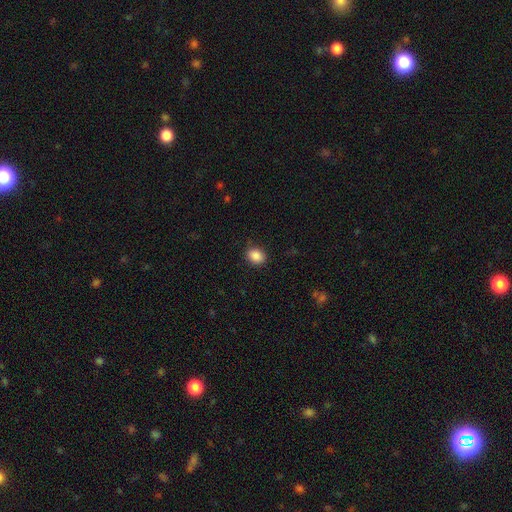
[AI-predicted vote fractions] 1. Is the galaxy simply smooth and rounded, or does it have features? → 87% smooth, 9% star or artifact, 4% featured or disk.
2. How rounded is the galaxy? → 51% round, 48% in between, 1% cigar-shaped.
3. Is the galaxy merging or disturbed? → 87% none, 9% minor disturbance, 2% major disturbance, 1% merger.